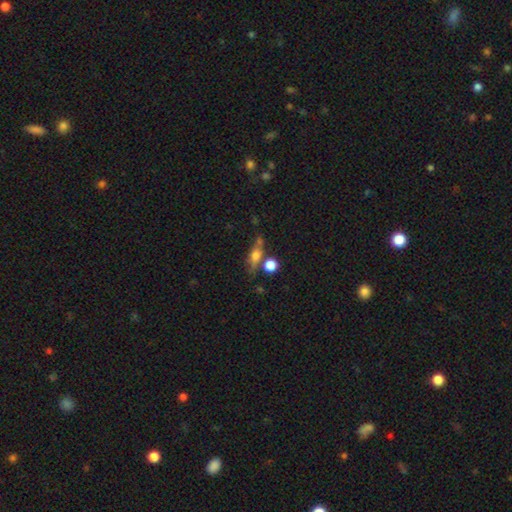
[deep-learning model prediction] The model was most divided on "how rounded": in between: 43%, cigar-shaped: 36%, round: 21%. More confident: merging — none (60%); smooth or featured — smooth (53%).